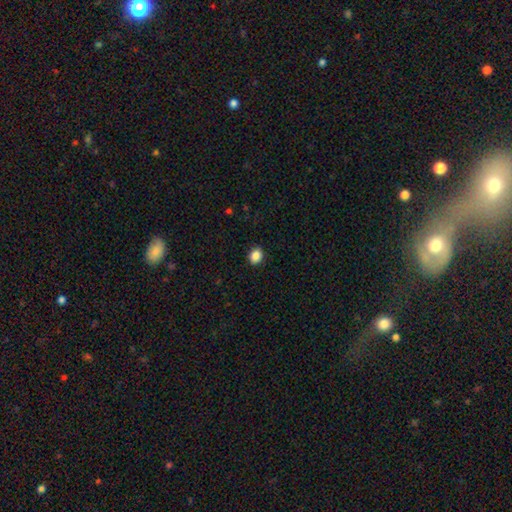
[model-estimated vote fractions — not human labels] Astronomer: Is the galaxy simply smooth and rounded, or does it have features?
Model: smooth — 87%.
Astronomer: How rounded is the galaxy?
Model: round — 65%.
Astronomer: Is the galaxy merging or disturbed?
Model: none — 90%.